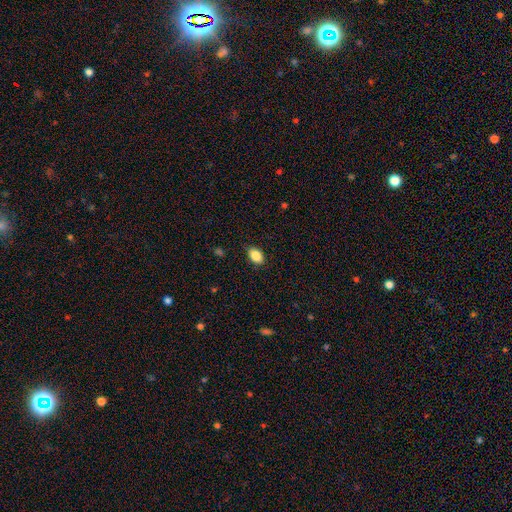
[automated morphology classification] smooth_or_featured: smooth (p=0.87) [alt: star or artifact p=0.08]
how_rounded: in between (p=0.87) [alt: round p=0.11]
merging: none (p=0.85) [alt: minor disturbance p=0.12]